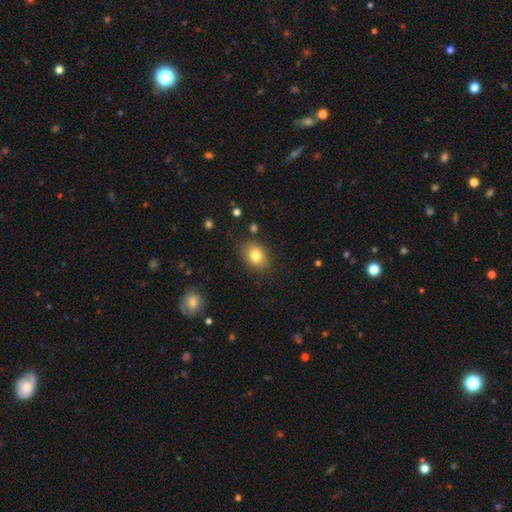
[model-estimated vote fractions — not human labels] This is clearly a smooth galaxy (80%). How rounded: likely in between (62%). Merging: clearly none (83%).